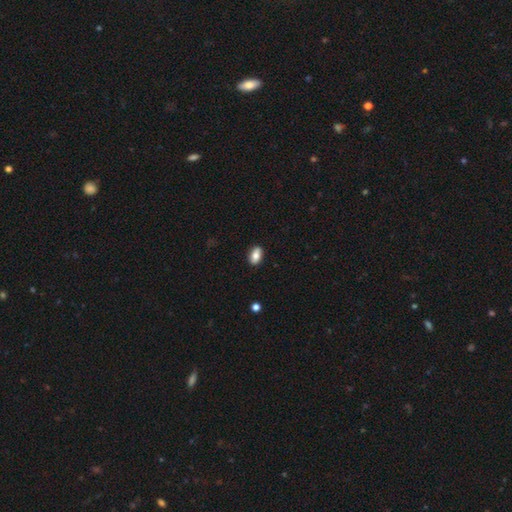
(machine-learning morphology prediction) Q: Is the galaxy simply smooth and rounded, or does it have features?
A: smooth — 79%.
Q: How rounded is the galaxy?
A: in between — 89%.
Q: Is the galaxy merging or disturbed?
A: none — 86%.